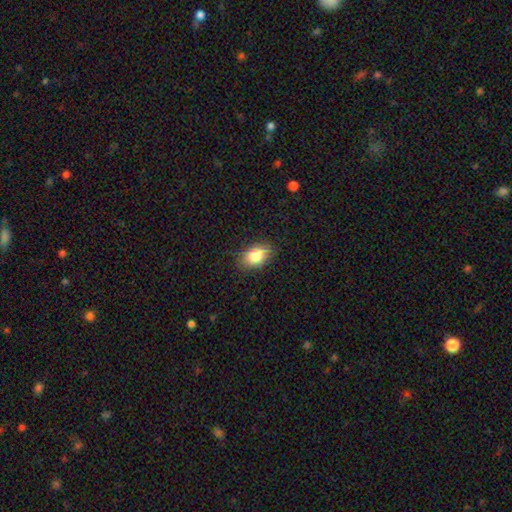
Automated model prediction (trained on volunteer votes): This appears to be a smooth galaxy with no disk features (82%) that is in between round and cigar-shaped (86%). Merging: none (84%).